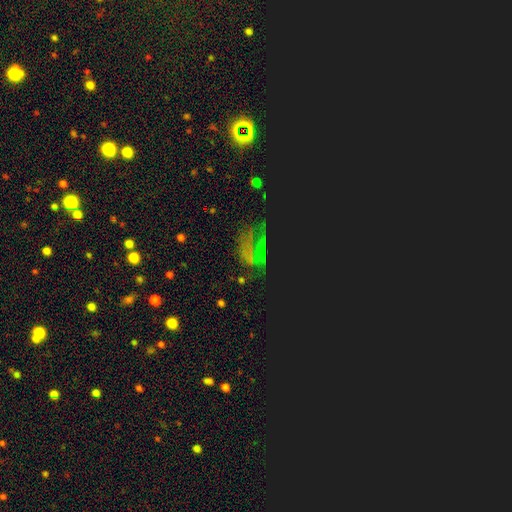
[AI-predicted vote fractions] Smooth or featured?
  - star or artifact: 61% *
  - smooth: 20%
  - featured or disk: 19%